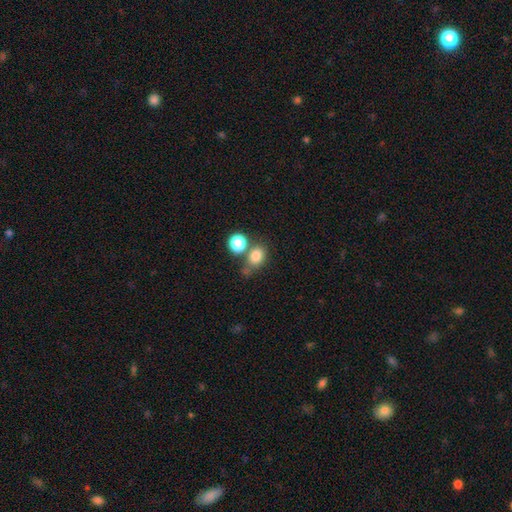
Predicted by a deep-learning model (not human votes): Smooth or featured: smooth — 81% (star or artifact — 11%)
How rounded: in between — 51% (round — 47%)
Merging: none — 52% (merger — 28%)